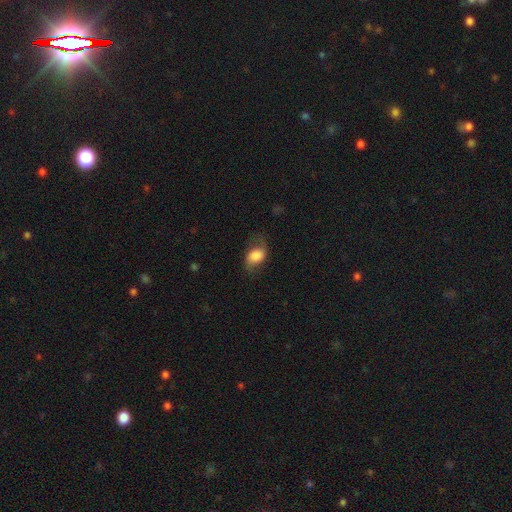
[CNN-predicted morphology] Smooth or featured?
  - smooth: 61% *
  - featured or disk: 30%
  - star or artifact: 9%
How rounded?
  - in between: 75% *
  - round: 23%
  - cigar-shaped: 2%
Merging?
  - none: 60% *
  - minor disturbance: 23%
  - major disturbance: 15%
  - merger: 1%